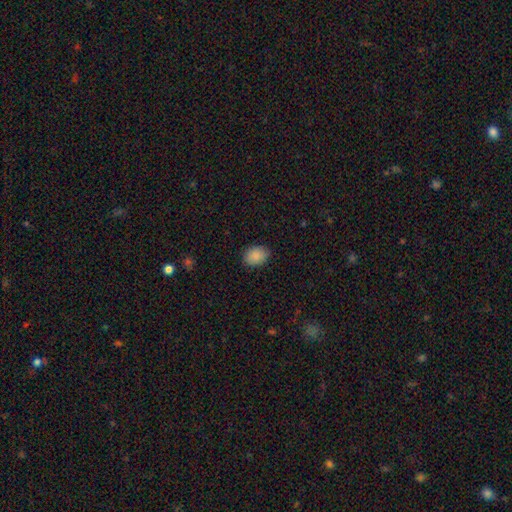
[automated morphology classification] Smooth or featured? Predicted: smooth (p=0.89). How rounded? Predicted: in between (p=0.70). Merging? Predicted: none (p=0.85).